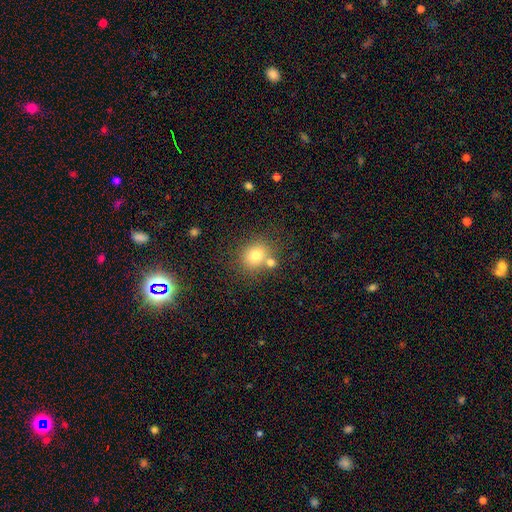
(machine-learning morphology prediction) smooth 76%, star or artifact 13%, featured or disk 12%. Down the decision tree: how rounded — round (73%); merging — none (63%).